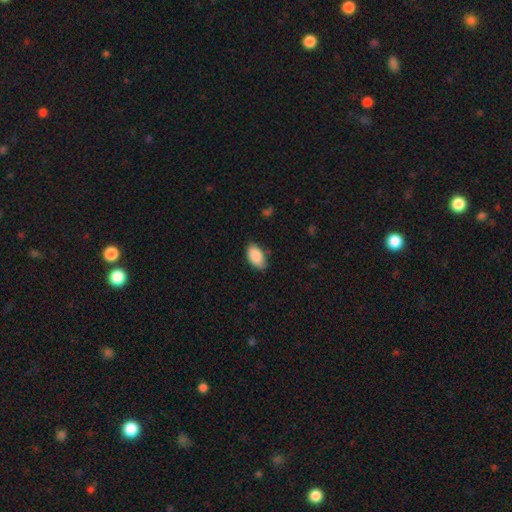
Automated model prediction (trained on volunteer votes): Morphology: type=smooth (88%); roundness=in between (95%); merging=none (75%).